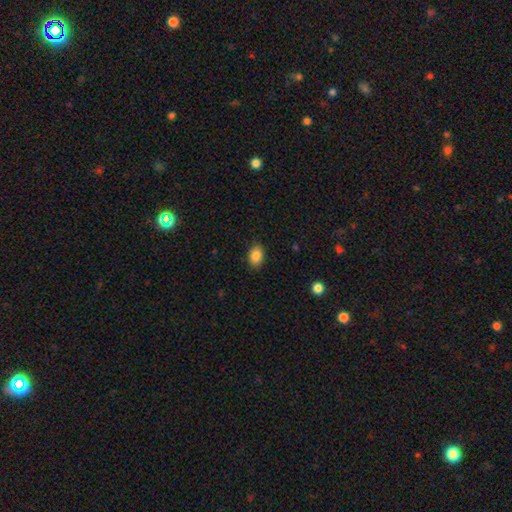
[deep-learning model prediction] Smooth or featured? Predicted: smooth (p=0.86). How rounded? Predicted: in between (p=0.80). Merging? Predicted: none (p=0.87).